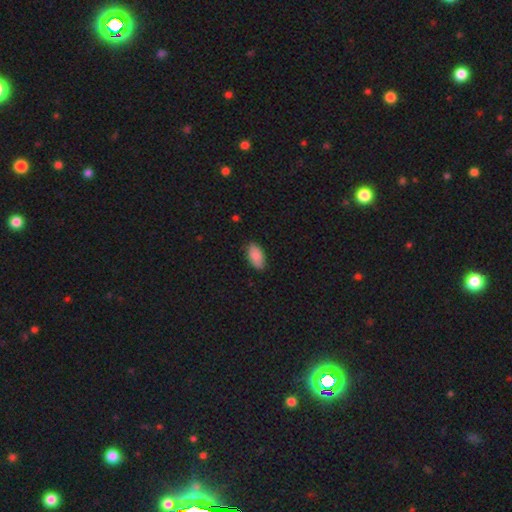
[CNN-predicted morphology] Overall: smooth (87%). How rounded: in between (94%). Merging: none (81%).